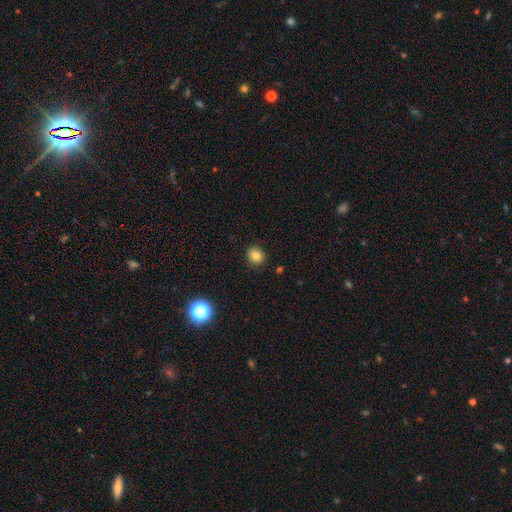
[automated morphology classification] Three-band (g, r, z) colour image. It shows a smooth galaxy with no disk features (82%) that is round (72%). Merging: none (89%).